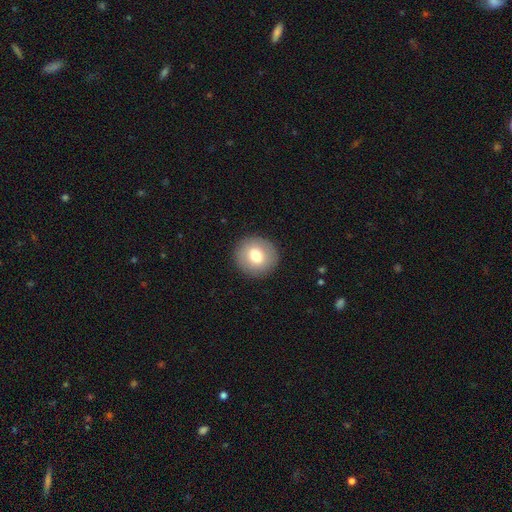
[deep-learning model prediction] Smooth or featured: smooth — 73% (featured or disk — 19%)
How rounded: round — 91% (in between — 8%)
Merging: none — 91% (minor disturbance — 6%)